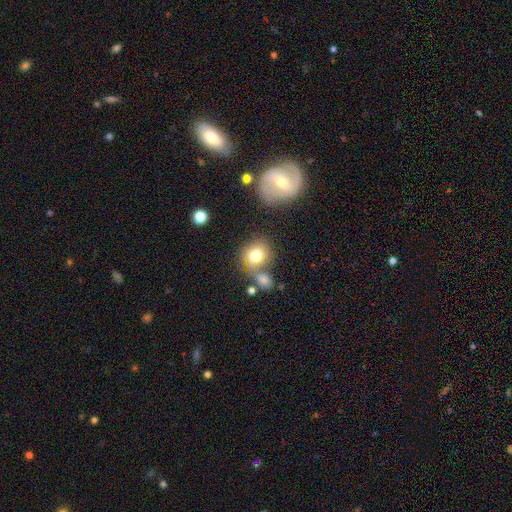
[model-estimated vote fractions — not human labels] This is likely a smooth galaxy (75%). How rounded: likely round (69%). Merging: possibly none (50%).